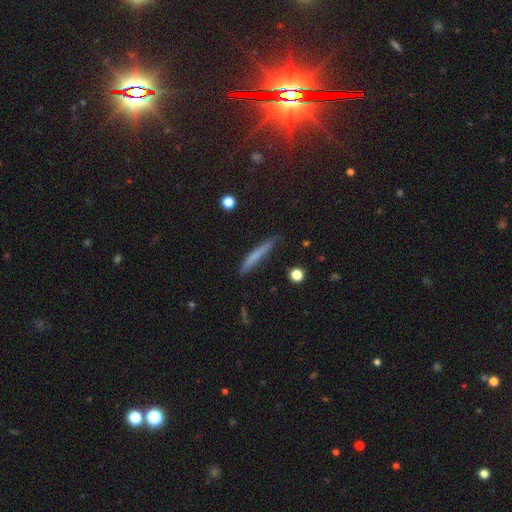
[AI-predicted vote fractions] Overall: smooth (65%; featured or disk 27%). How rounded: cigar-shaped (95%). Merging: none (85%).